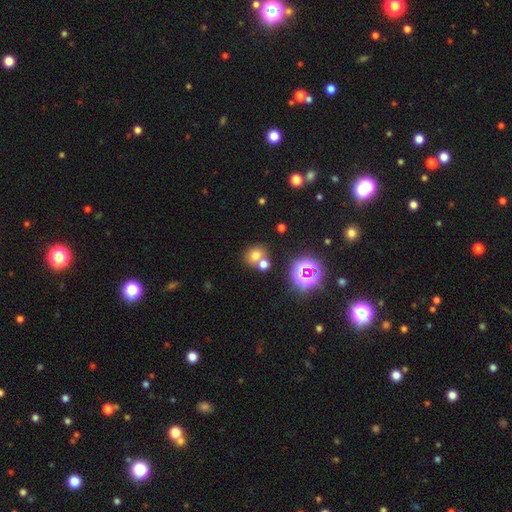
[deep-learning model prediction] Smooth or featured? Predicted: smooth (p=0.66). How rounded? Predicted: round (p=0.67). Merging? Predicted: none (p=0.51).